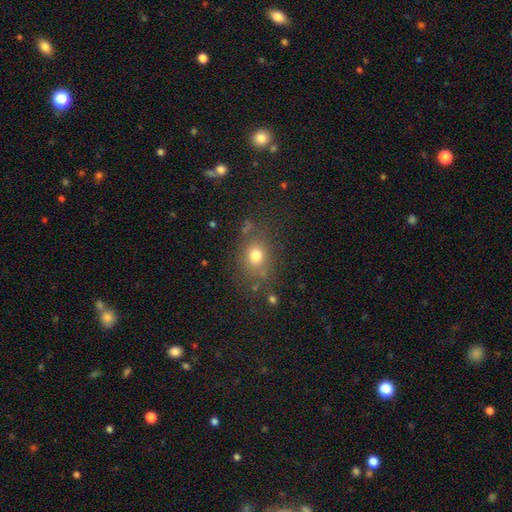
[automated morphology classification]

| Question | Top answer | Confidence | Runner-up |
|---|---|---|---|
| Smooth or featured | smooth | 75% | star or artifact (15%) |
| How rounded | round | 61% | in between (38%) |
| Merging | none | 73% | minor disturbance (15%) |